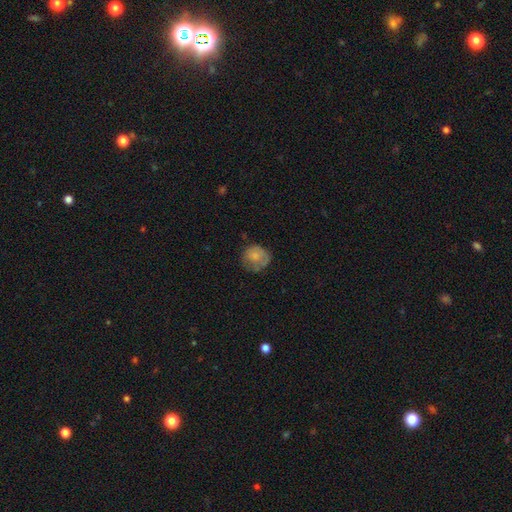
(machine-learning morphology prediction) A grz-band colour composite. It shows a smooth galaxy with no disk features (71%) that is round (80%). Merging: none (56%).